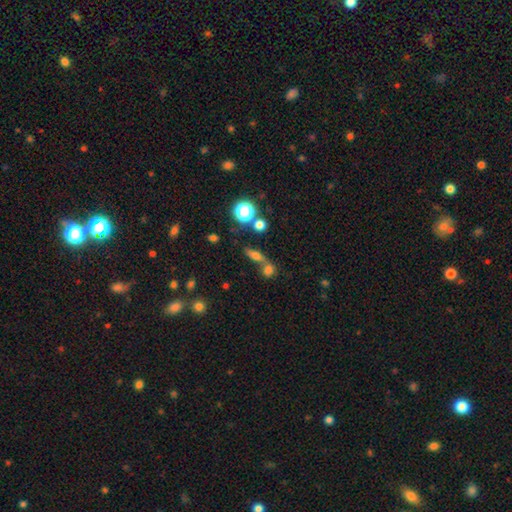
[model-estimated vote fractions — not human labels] Morphology: type=smooth (60%); roundness=in between (43%); merging=none (51%).